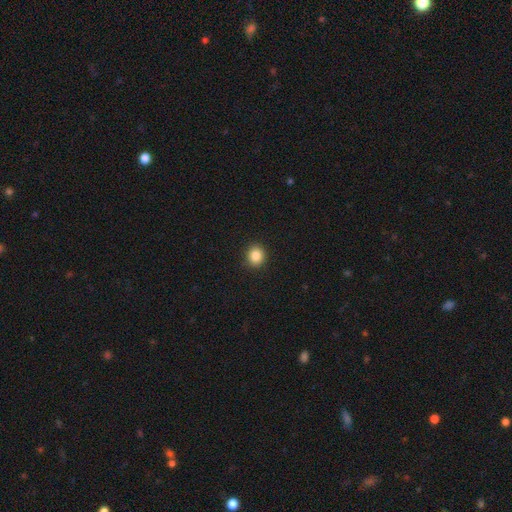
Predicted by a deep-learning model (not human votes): Q: Smooth or featured?
A: smooth (85%); runner-up: star or artifact (10%)
Q: How rounded?
A: round (84%); runner-up: in between (15%)
Q: Merging?
A: none (92%); runner-up: minor disturbance (6%)